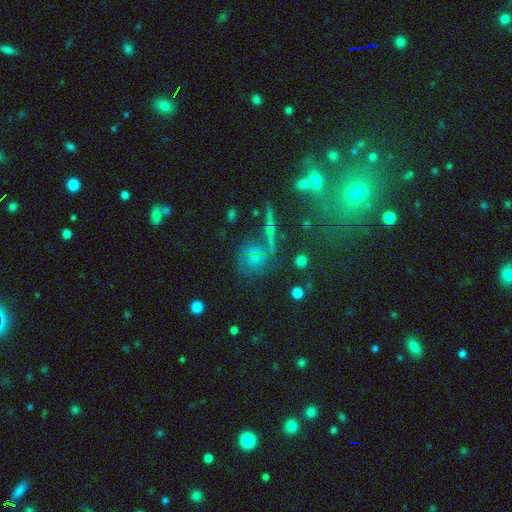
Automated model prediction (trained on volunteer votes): A smooth galaxy with no disk features (40%).

Vote fractions:
- Smooth or featured? smooth: 40% / star or artifact: 34% / featured or disk: 26%
- Merging? none: 59% / minor disturbance: 16% / major disturbance: 14% / merger: 11%